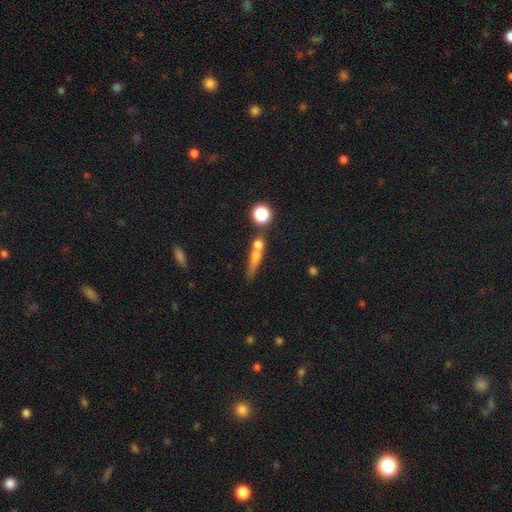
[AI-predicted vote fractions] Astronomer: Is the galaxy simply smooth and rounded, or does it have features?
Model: smooth — 55% (runner-up: featured or disk, 31%).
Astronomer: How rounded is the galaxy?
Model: cigar-shaped — 60%.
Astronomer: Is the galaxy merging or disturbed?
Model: none — 43% (runner-up: merger, 36%).